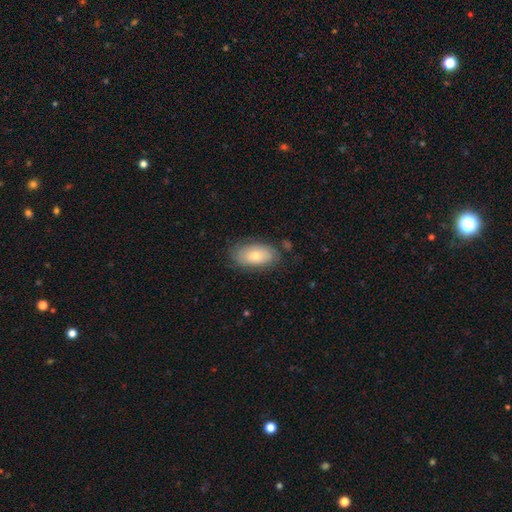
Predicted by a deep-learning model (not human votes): Morphology: type=smooth (69%); roundness=in between (93%); merging=none (73%).